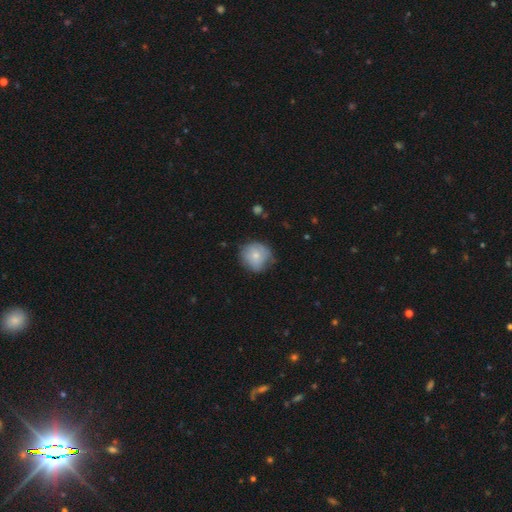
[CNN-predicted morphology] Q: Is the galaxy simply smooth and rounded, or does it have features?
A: smooth — 69%.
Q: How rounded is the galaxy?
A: round — 89%.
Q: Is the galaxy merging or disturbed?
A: none — 66%.